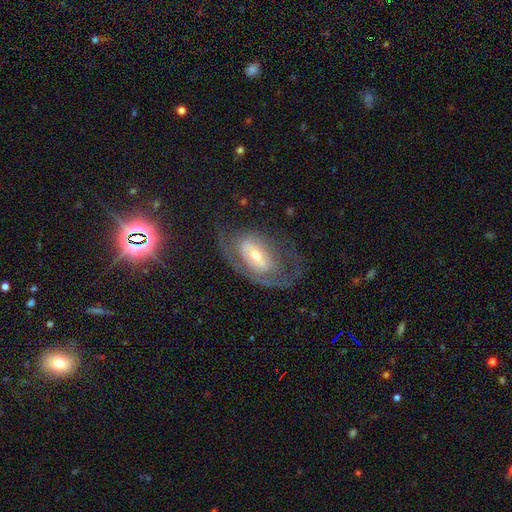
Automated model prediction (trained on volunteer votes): This is likely a featured or disk galaxy (72%). It is clearly not viewed edge-on (92%). Bar: marginally no (44%). Spiral arm pattern: likely yes (65%). Central bulge: possibly moderate (48%). Merging: possibly none (49%).